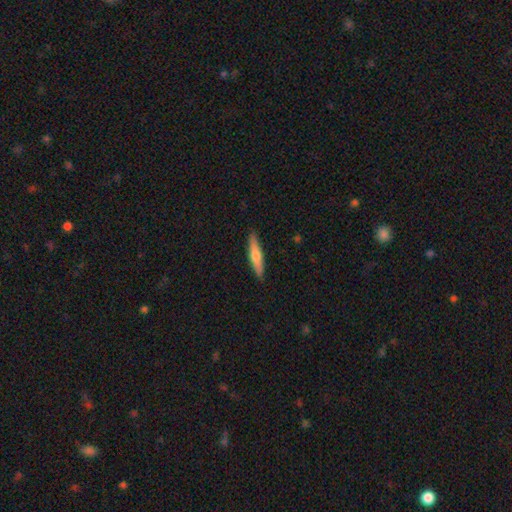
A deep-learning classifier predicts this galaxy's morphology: Overall: smooth (53%; featured or disk 41%). How rounded: cigar-shaped (84%). Merging: none (90%).